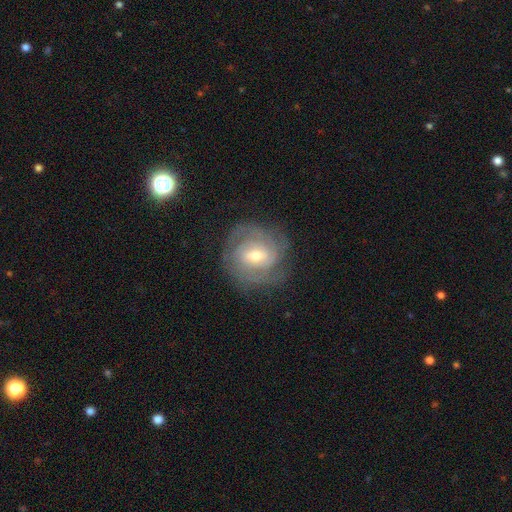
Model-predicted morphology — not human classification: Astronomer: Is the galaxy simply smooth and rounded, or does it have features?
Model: featured or disk — 81%.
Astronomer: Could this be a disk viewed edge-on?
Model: no — 97%.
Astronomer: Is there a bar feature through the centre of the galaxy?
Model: weak — 54%.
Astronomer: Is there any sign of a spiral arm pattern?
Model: yes — 94%.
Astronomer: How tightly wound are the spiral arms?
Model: tight — 63%.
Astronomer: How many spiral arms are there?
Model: can't tell — 28%, tied with 2 at 28%.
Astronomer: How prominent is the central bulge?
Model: moderate — 63%.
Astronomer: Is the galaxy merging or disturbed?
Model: none — 77%.